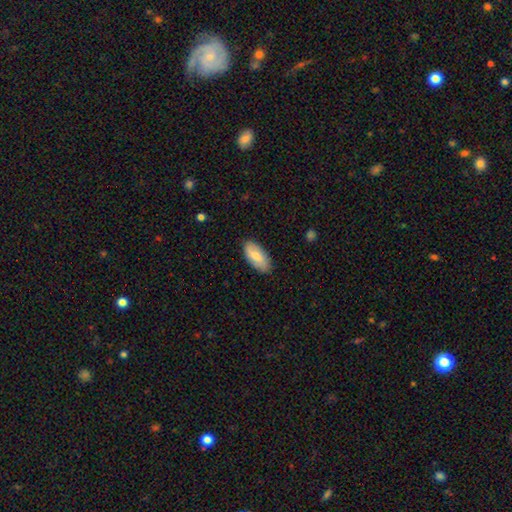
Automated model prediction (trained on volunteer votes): A smooth galaxy with no disk features (73%) that is in between round and cigar-shaped (92%).

Vote fractions:
- Smooth or featured? smooth: 73% / featured or disk: 22% / star or artifact: 6%
- How rounded? in between: 92% / cigar-shaped: 5% / round: 2%
- Merging? none: 85% / minor disturbance: 12% / major disturbance: 2% / merger: 1%